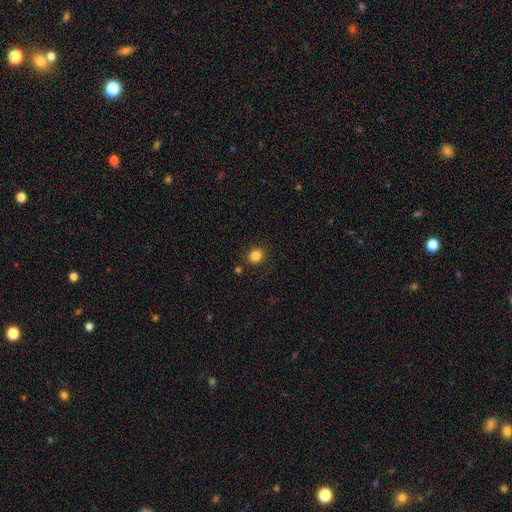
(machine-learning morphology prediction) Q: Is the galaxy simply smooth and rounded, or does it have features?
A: smooth — 84%.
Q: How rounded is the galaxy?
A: round — 73%.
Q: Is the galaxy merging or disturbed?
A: none — 86%.